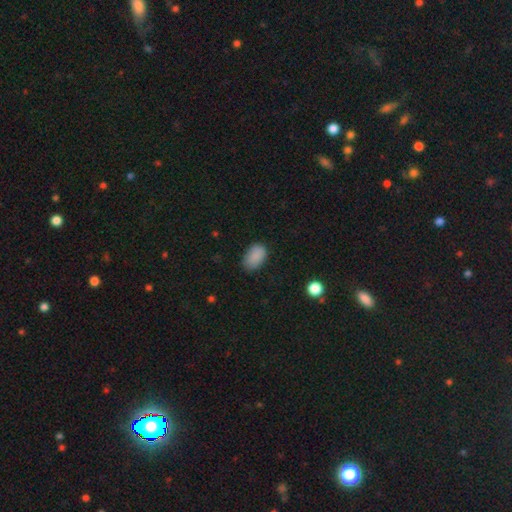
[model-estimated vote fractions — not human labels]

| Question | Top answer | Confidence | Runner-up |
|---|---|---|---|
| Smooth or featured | smooth | 88% | star or artifact (8%) |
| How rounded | in between | 90% | round (9%) |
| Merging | none | 77% | minor disturbance (18%) |